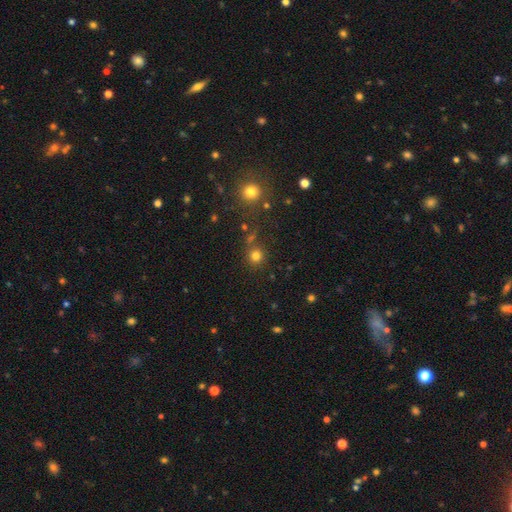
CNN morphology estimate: Smooth or featured? Predicted: smooth (p=0.77). How rounded? Predicted: round (p=0.92). Merging? Predicted: none (p=0.77).